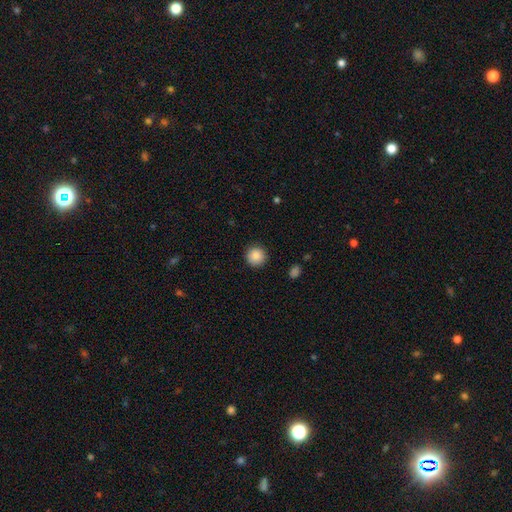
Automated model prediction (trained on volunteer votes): Smooth or featured? Predicted: smooth (p=0.88). How rounded? Predicted: round (p=0.95). Merging? Predicted: none (p=0.90).